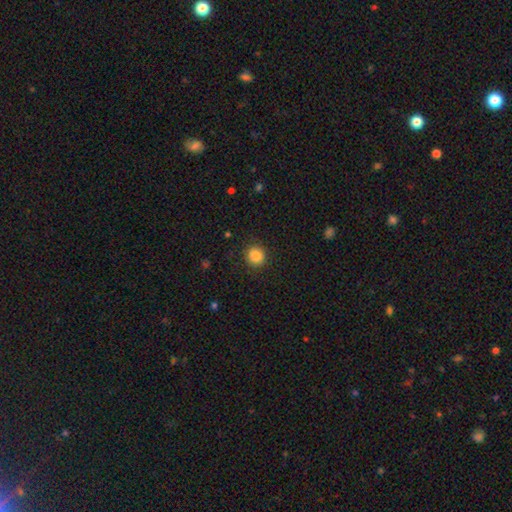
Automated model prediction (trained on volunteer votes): smooth-or-featured: smooth: 86% | star or artifact: 10% | featured or disk: 4%
  how-rounded: round: 91% | in between: 9% | cigar-shaped: 1%
  merging: none: 90% | minor disturbance: 7% | major disturbance: 3% | merger: 1%